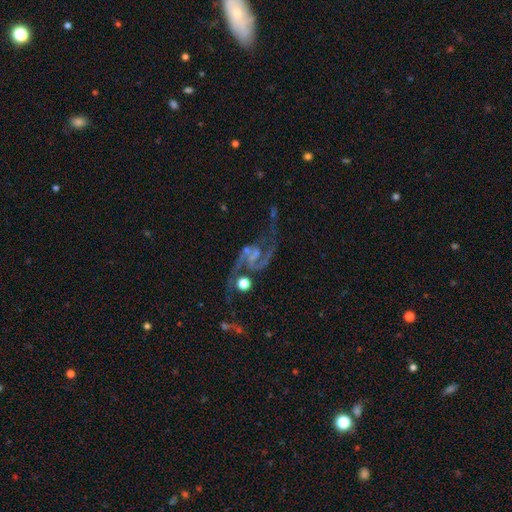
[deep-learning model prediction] featured or disk 88%, star or artifact 8%, smooth 4%. Down the decision tree: edge-on disk — no (98%); bar — weak (42%); spiral arms — yes (97%); spiral arm count — 2 (93%); spiral winding — loose (52%); bulge size — small (51%); merging — none (50%).